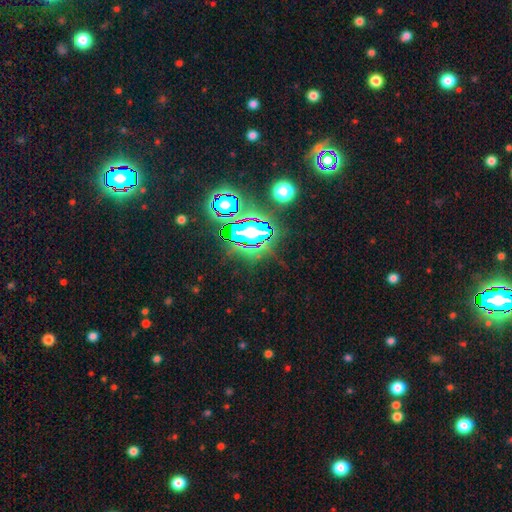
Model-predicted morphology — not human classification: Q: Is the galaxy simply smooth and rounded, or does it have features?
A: star or artifact — 74%.